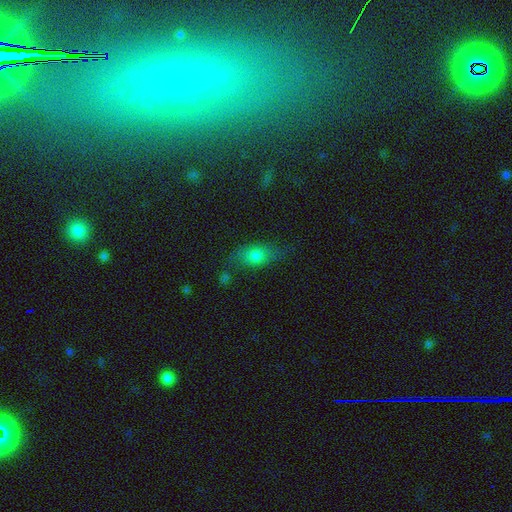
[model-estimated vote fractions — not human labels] Q: Smooth or featured?
A: smooth (64%); runner-up: featured or disk (23%)
Q: How rounded?
A: in between (72%); runner-up: cigar-shaped (19%)
Q: Merging?
A: none (62%); runner-up: minor disturbance (23%)